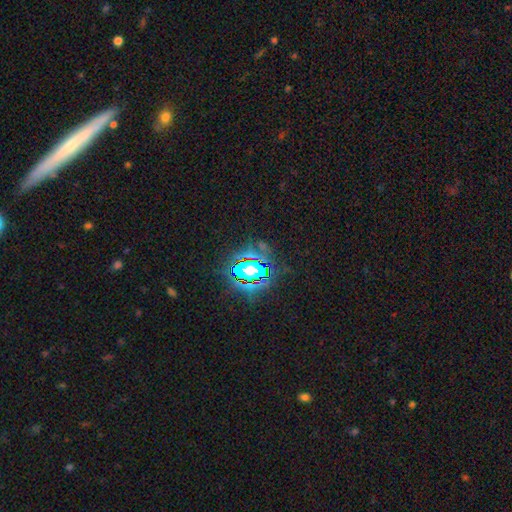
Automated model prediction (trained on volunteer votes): A star or artifact, not a galaxy (67%).

Vote fractions:
- Smooth or featured? star or artifact: 67% / smooth: 18% / featured or disk: 15%